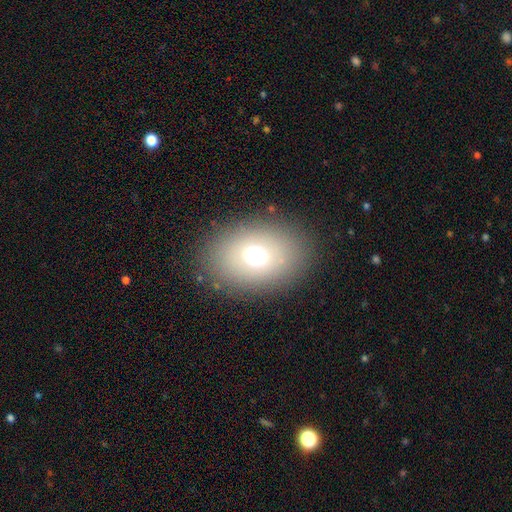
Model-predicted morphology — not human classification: Smooth or featured? Predicted: smooth (p=0.67). How rounded? Predicted: in between (p=0.71). Merging? Predicted: none (p=0.85).